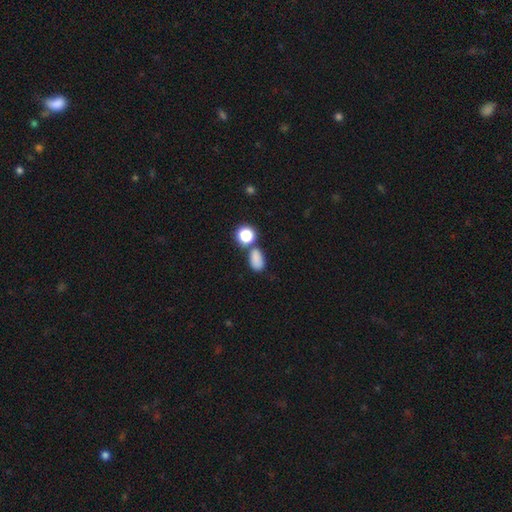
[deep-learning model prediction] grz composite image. It shows a smooth galaxy with no disk features (81%) that is in between round and cigar-shaped (82%). Merging: none (63%).